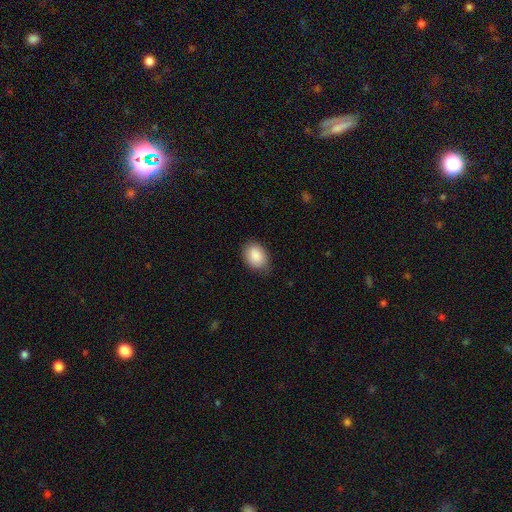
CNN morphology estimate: This appears to be a smooth galaxy with no disk features (89%) that is in between round and cigar-shaped (77%). Merging: none (79%).